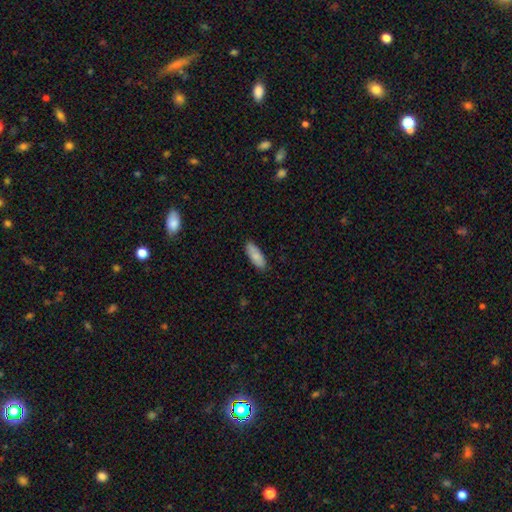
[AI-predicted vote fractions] This appears to be a smooth galaxy with no disk features (86%) that is in between round and cigar-shaped (70%). Merging: none (86%).